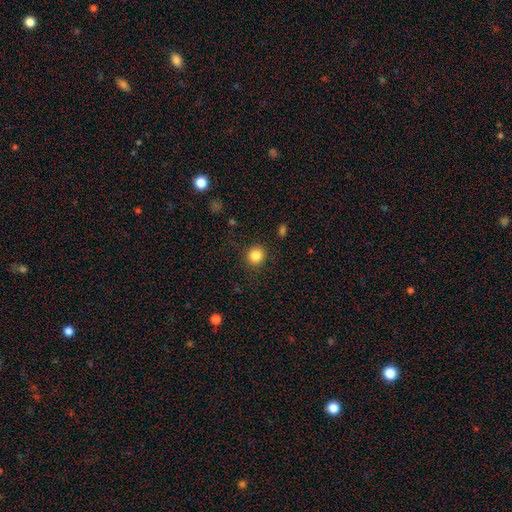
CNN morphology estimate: This is clearly a smooth galaxy (85%). How rounded: clearly round (90%). Merging: clearly none (88%).